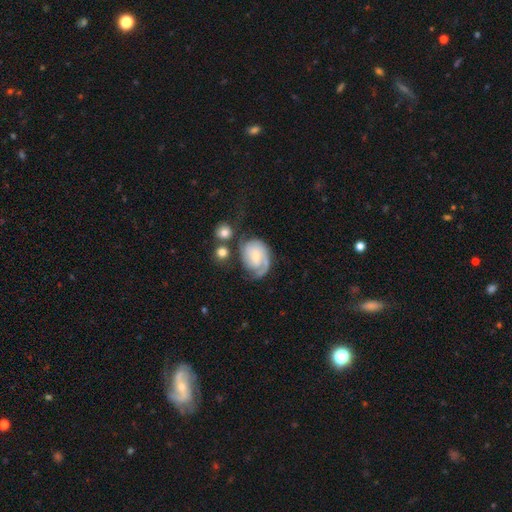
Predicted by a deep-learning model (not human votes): smooth_or_featured: featured or disk (p=0.78) [alt: smooth p=0.16]
disk_edge_on: no (p=0.97) [alt: yes p=0.03]
bar: no (p=0.58) [alt: weak p=0.35]
has_spiral_arms: yes (p=0.94) [alt: no p=0.06]
spiral_winding: tight (p=0.50) [alt: medium p=0.36]
spiral_arm_count: 2 (p=0.37) [alt: 1 p=0.25]
bulge_size: small (p=0.60) [alt: moderate p=0.33]
merging: none (p=0.51) [alt: minor disturbance p=0.22]